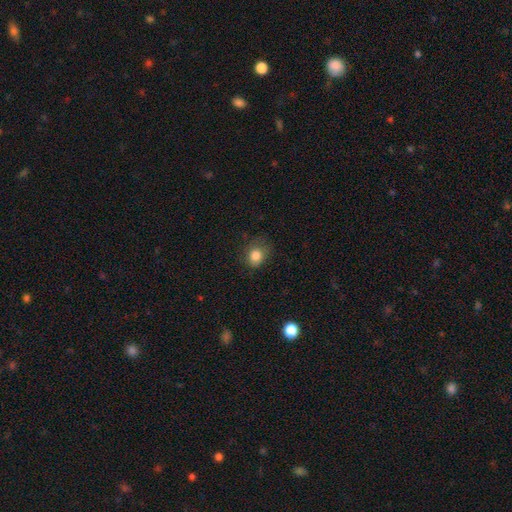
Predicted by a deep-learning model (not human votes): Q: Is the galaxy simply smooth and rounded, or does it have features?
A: smooth — 82%.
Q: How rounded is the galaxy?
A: round — 59%.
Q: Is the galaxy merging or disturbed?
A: none — 65%.